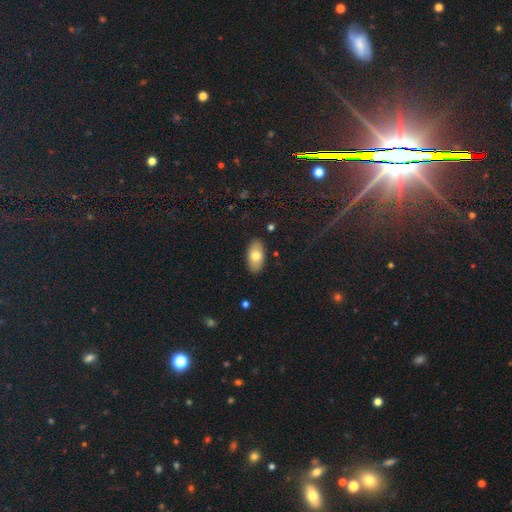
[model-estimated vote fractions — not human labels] Smooth or featured? Predicted: smooth (p=0.74). How rounded? Predicted: in between (p=0.93). Merging? Predicted: none (p=0.88).